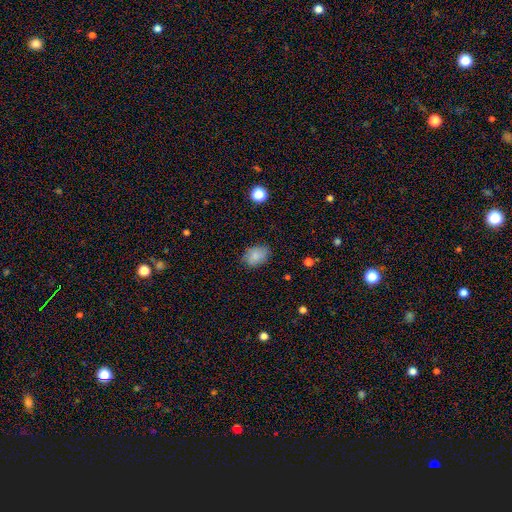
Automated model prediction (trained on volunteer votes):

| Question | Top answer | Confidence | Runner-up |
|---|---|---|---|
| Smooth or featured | smooth | 84% | star or artifact (9%) |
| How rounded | in between | 77% | round (22%) |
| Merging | none | 79% | minor disturbance (16%) |